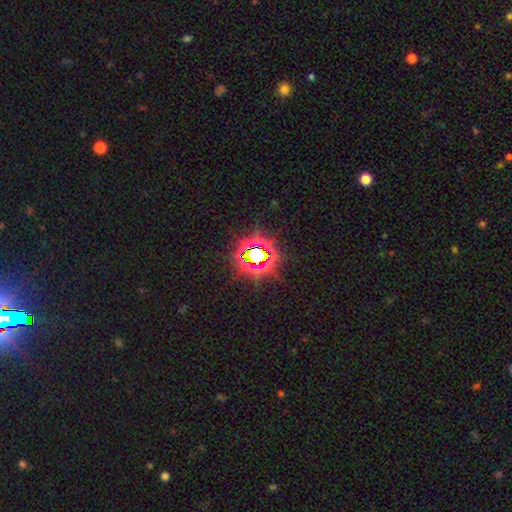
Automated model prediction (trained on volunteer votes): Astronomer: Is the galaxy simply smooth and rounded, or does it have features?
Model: star or artifact — 78%.